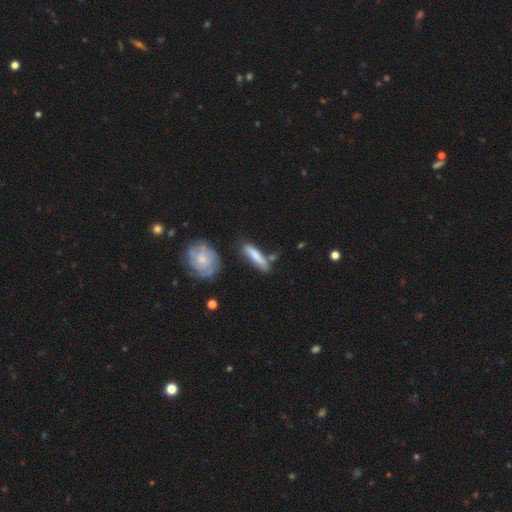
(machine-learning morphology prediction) Smooth or featured? Predicted: smooth (p=0.70). How rounded? Predicted: cigar-shaped (p=0.78). Merging? Predicted: none (p=0.70).